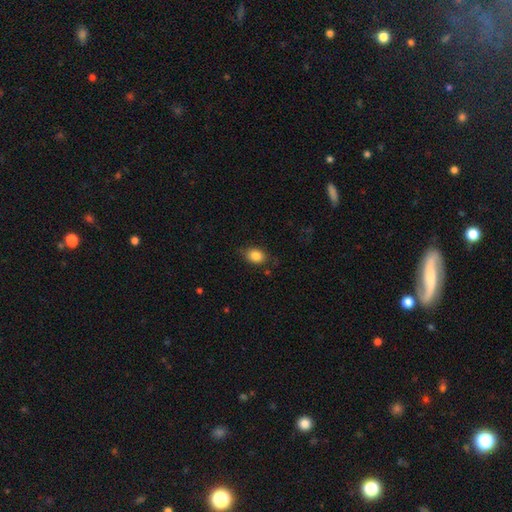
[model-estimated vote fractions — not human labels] smooth_or_featured: smooth (p=0.84) [alt: star or artifact p=0.08]
how_rounded: in between (p=0.71) [alt: round p=0.28]
merging: none (p=0.76) [alt: minor disturbance p=0.19]